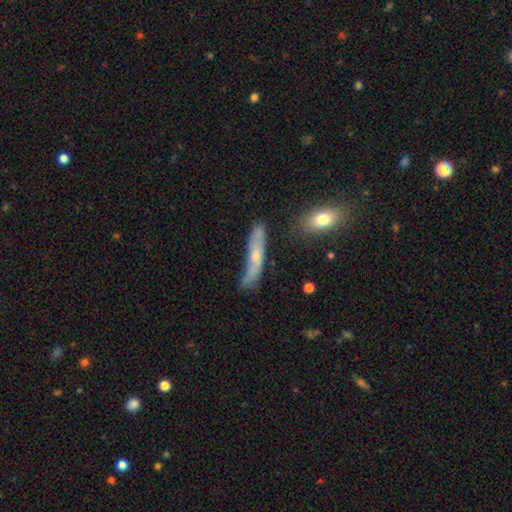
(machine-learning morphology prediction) Smooth or featured? Predicted: featured or disk (p=0.49). Merging? Predicted: none (p=0.52).